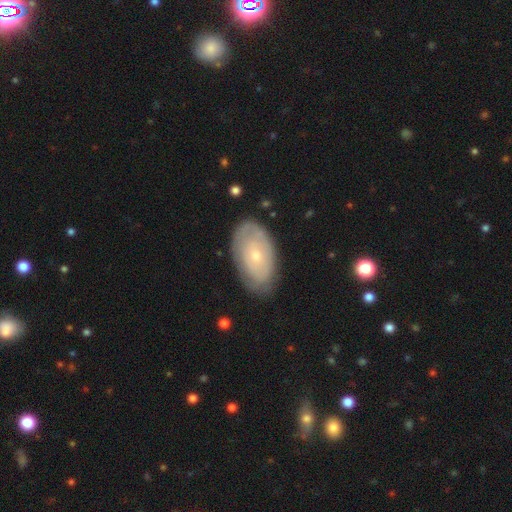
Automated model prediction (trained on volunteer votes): featured or disk 51%, smooth 43%, star or artifact 6%. Down the decision tree: edge-on disk — no (92%); merging — none (78%).